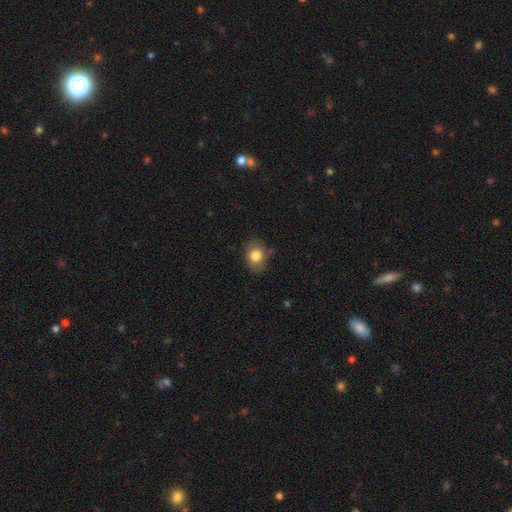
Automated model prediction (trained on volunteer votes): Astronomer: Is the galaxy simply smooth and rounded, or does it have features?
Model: smooth — 81%.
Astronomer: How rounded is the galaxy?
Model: in between — 63%.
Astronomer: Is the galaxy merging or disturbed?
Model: none — 77%.